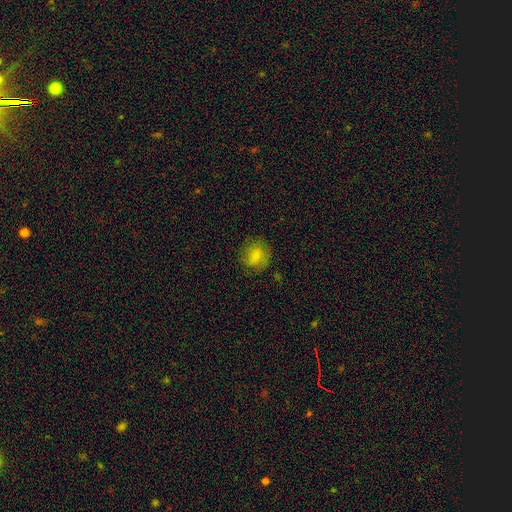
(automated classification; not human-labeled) Overall: smooth (67%). How rounded: round (82%). Merging: none (78%).